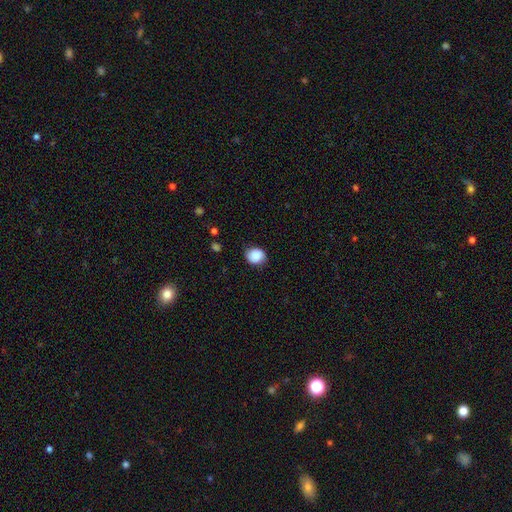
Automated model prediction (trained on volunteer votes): This appears to be a smooth galaxy with no disk features (87%) that is round (68%). Merging: none (81%).